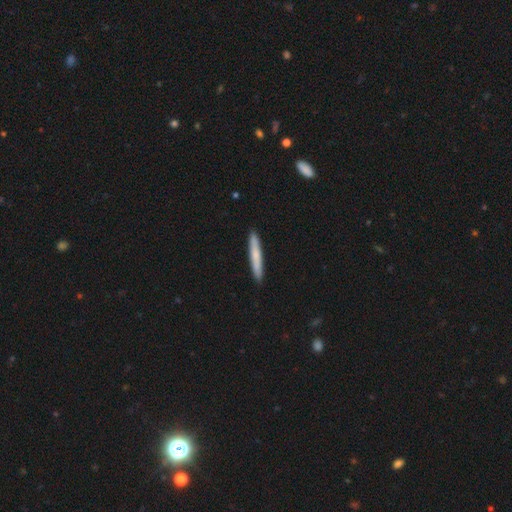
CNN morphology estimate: Smooth or featured?
  - smooth: 69% *
  - featured or disk: 25%
  - star or artifact: 5%
How rounded?
  - cigar-shaped: 95% *
  - in between: 3%
  - round: 1%
Merging?
  - none: 92% *
  - minor disturbance: 6%
  - major disturbance: 1%
  - merger: 1%